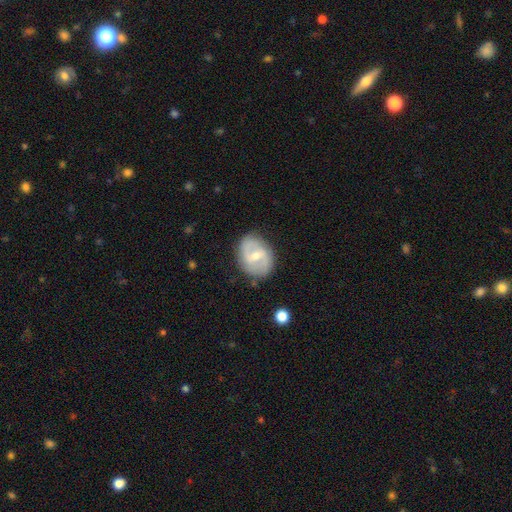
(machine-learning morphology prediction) Overall: featured or disk (70%). Edge-on disk: no (97%). Bar: weak (56%; strong 25%). Spiral arms: yes (80%). Spiral arm count: 2 (84%). Spiral winding: medium (48%; loose 28%). Bulge size: moderate (55%; small 40%). Merging: none (79%).